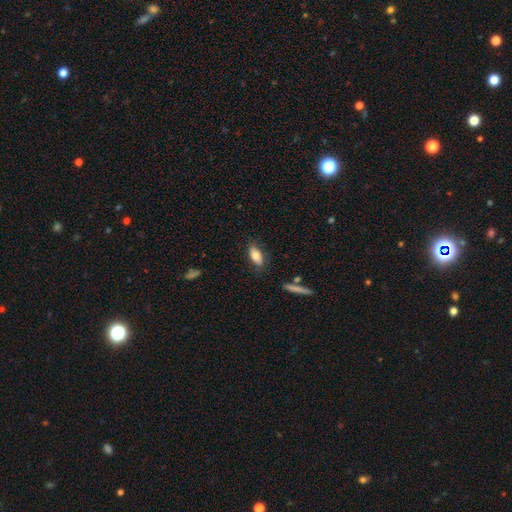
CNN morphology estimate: smooth 74%, featured or disk 18%, star or artifact 7%. Down the decision tree: how rounded — in between (81%); merging — none (79%).